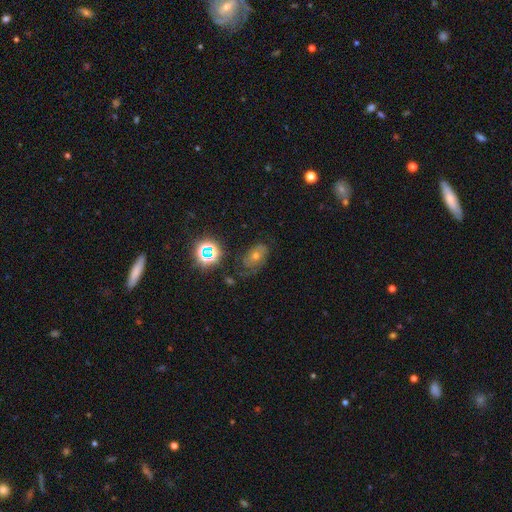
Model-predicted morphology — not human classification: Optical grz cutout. It shows a featured or disk galaxy (46%). Merging: none (63%).